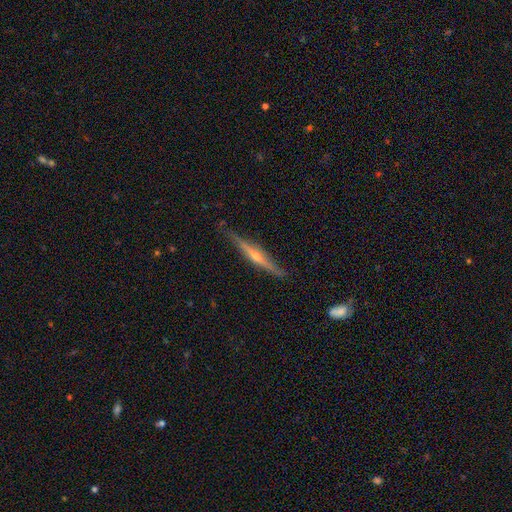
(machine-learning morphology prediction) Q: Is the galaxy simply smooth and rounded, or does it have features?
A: featured or disk — 77%.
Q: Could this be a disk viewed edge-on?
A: yes — 97%.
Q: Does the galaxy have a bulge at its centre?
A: rounded — 84%.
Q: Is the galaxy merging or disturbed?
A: none — 84%.